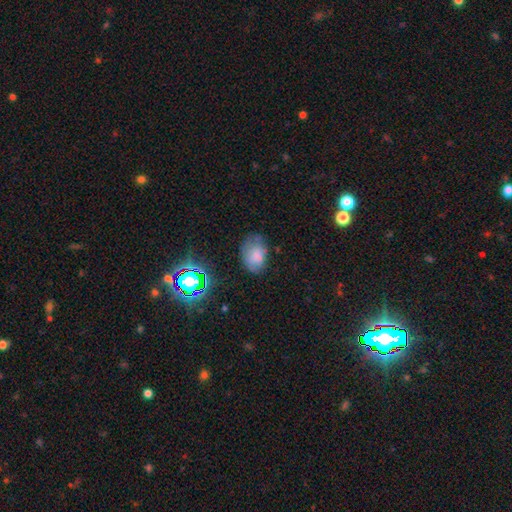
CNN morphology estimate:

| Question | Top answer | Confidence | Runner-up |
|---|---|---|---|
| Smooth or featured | smooth | 73% | star or artifact (14%) |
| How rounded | in between | 78% | round (21%) |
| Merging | none | 59% | minor disturbance (28%) |